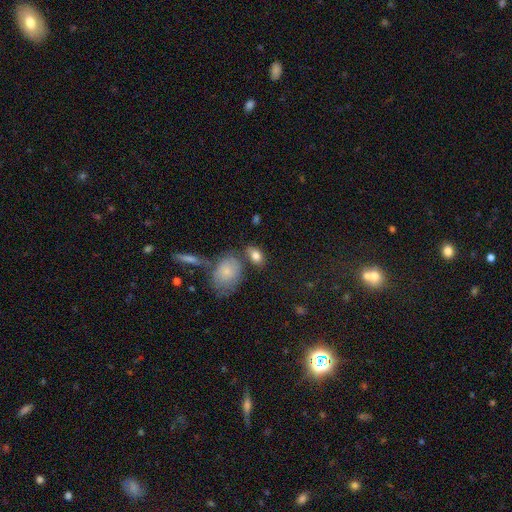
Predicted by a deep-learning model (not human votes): Smooth or featured: smooth — 81% (featured or disk — 11%)
How rounded: in between — 85% (round — 13%)
Merging: none — 63% (minor disturbance — 16%)